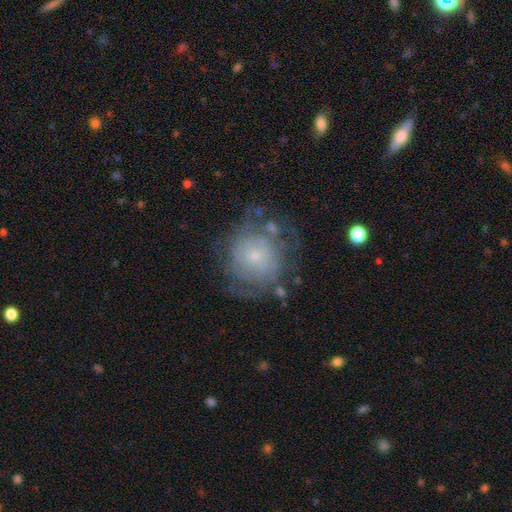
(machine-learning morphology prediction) smooth_or_featured: featured or disk (p=0.58) [alt: smooth p=0.32]
disk_edge_on: no (p=0.97) [alt: yes p=0.03]
bar: no (p=0.81) [alt: weak p=0.16]
has_spiral_arms: yes (p=0.68) [alt: no p=0.32]
bulge_size: small (p=0.70) [alt: moderate p=0.22]
merging: none (p=0.58) [alt: minor disturbance p=0.21]